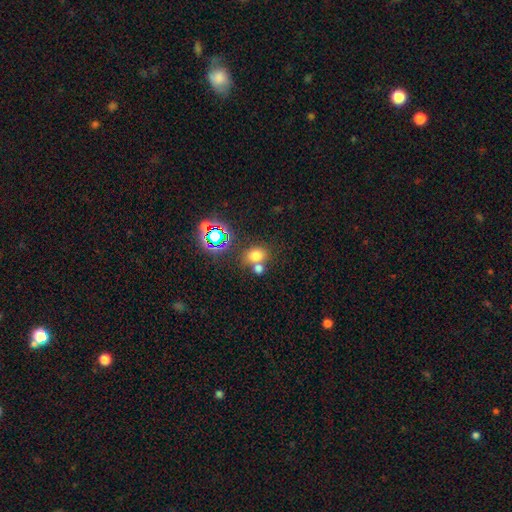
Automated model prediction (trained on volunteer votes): Smooth or featured: smooth — 71% (star or artifact — 20%)
How rounded: in between — 52% (round — 47%)
Merging: none — 52% (merger — 34%)